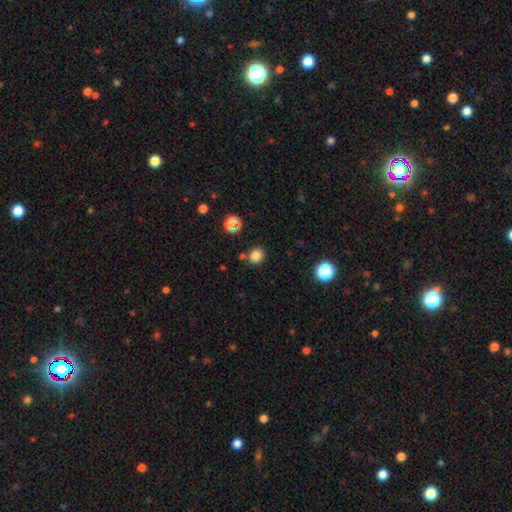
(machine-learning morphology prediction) Smooth or featured? smooth (81%)
How rounded? round (84%)
Merging? none (79%)